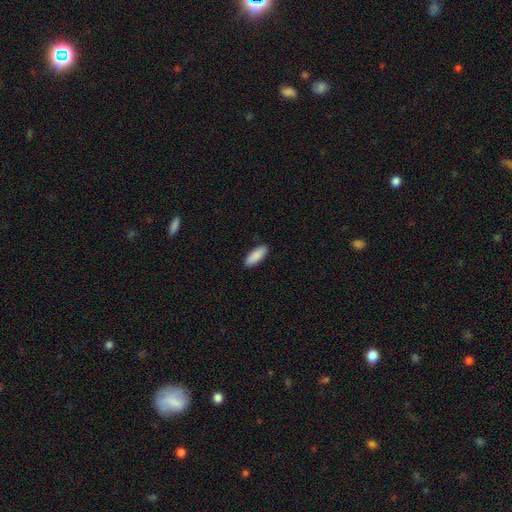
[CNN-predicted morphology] This is clearly a smooth galaxy (89%). How rounded: likely in between (64%). Merging: clearly none (90%).